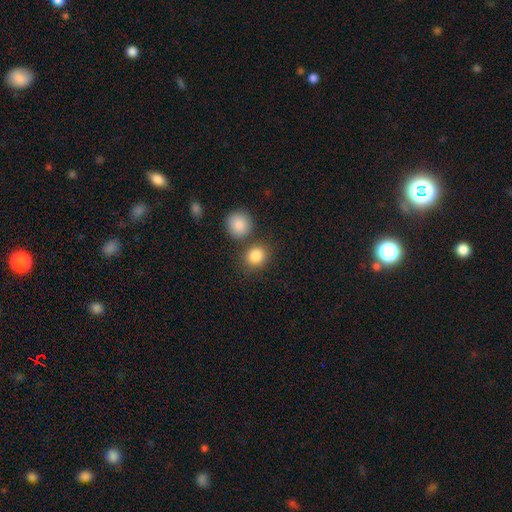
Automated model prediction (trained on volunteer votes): smooth 85%, star or artifact 10%, featured or disk 6%. Down the decision tree: how rounded — round (74%); merging — none (69%).